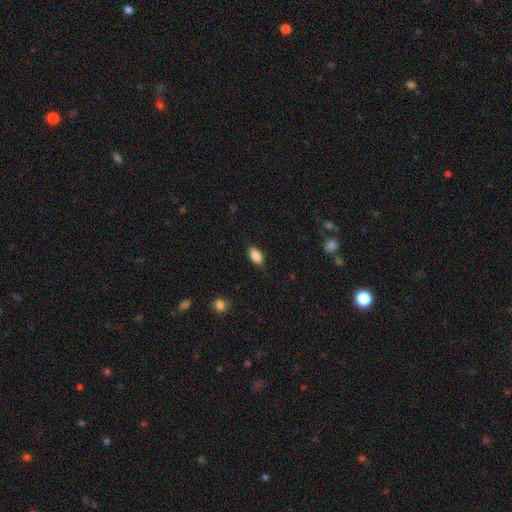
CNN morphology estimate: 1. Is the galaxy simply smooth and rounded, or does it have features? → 87% smooth, 8% star or artifact, 5% featured or disk.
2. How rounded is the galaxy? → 91% in between, 5% cigar-shaped, 5% round.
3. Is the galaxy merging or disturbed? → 82% none, 14% minor disturbance, 3% major disturbance, 1% merger.